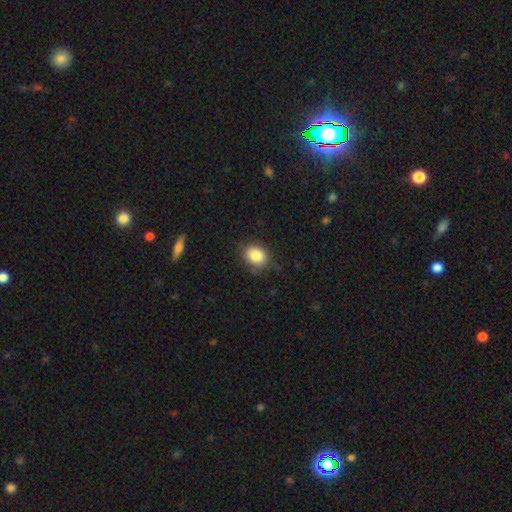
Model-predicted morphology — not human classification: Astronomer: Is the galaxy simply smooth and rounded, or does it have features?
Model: smooth — 85%.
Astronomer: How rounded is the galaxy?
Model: in between — 60% (runner-up: round, 39%).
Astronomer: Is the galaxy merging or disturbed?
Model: none — 79%.